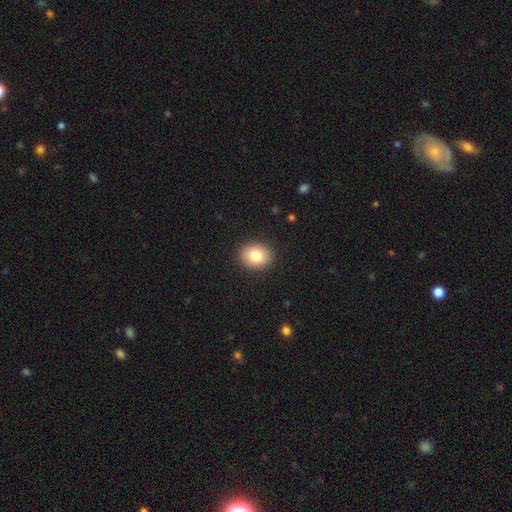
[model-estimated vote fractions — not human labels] Q: Smooth or featured?
A: smooth (81%); runner-up: star or artifact (9%)
Q: How rounded?
A: round (63%); runner-up: in between (36%)
Q: Merging?
A: none (91%); runner-up: minor disturbance (7%)